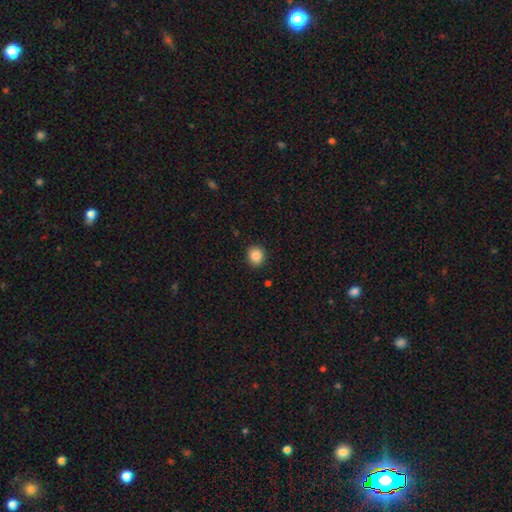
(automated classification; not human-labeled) Smooth or featured? Predicted: smooth (p=0.87). How rounded? Predicted: round (p=0.74). Merging? Predicted: none (p=0.90).